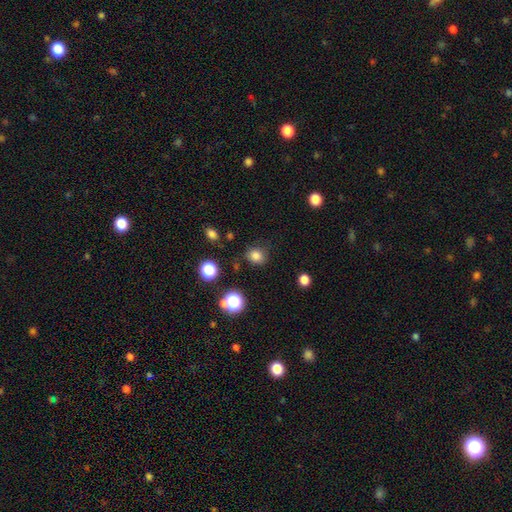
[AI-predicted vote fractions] Q: Smooth or featured?
A: smooth (80%); runner-up: star or artifact (15%)
Q: How rounded?
A: round (74%); runner-up: in between (25%)
Q: Merging?
A: none (80%); runner-up: minor disturbance (13%)